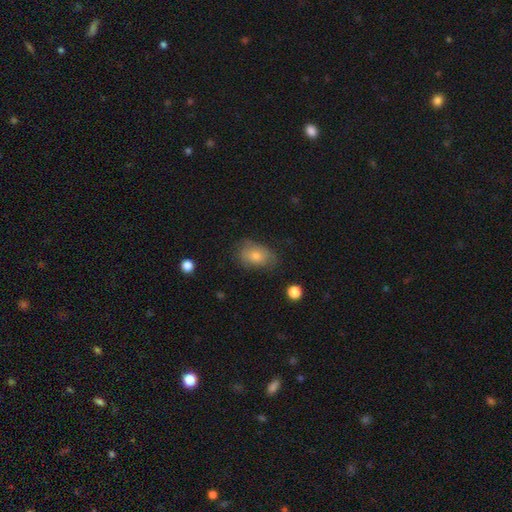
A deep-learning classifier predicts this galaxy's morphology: Smooth or featured: smooth — 71% (featured or disk — 19%)
How rounded: in between — 83% (round — 16%)
Merging: none — 67% (minor disturbance — 25%)